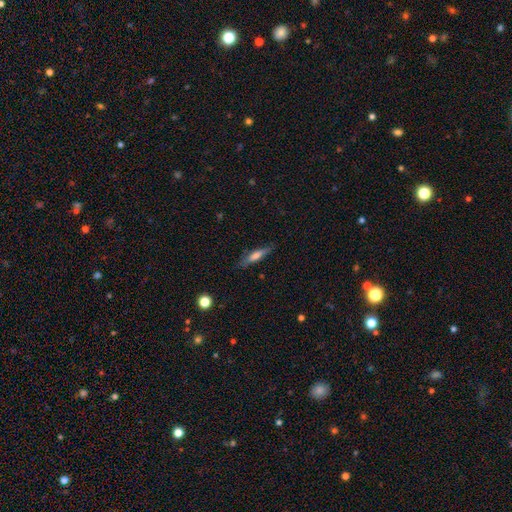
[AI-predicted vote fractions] This is possibly a smooth galaxy (57%). How rounded: likely cigar-shaped (79%). Merging: likely none (79%).